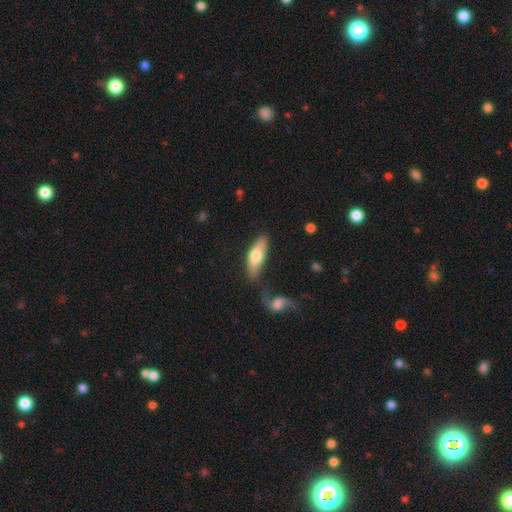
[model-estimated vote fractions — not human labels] Smooth or featured? Predicted: smooth (p=0.64). How rounded? Predicted: in between (p=0.58). Merging? Predicted: none (p=0.66).